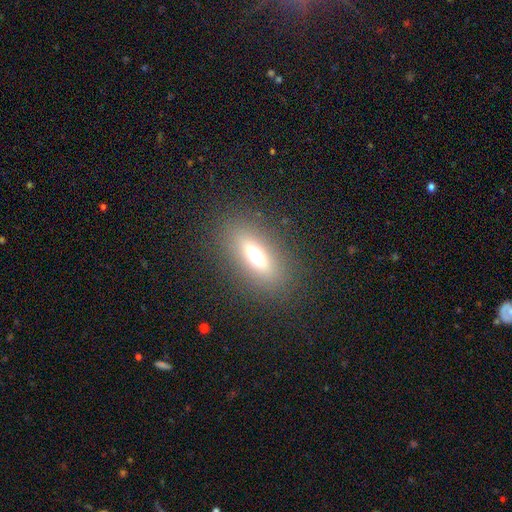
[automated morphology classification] Smooth or featured? Predicted: smooth (p=0.53). How rounded? Predicted: in between (p=0.61). Merging? Predicted: none (p=0.85).